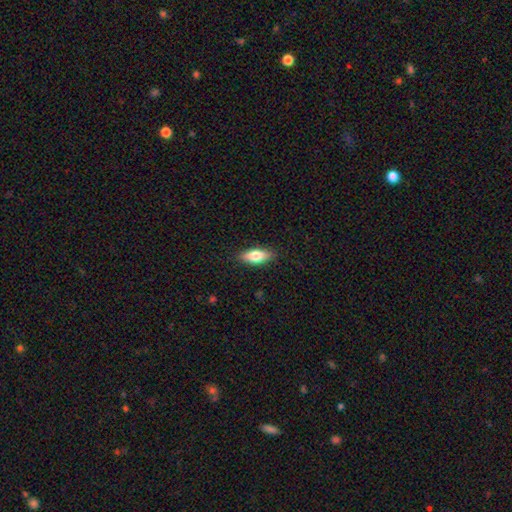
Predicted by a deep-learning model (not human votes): smooth 74%, featured or disk 19%, star or artifact 7%. Down the decision tree: how rounded — in between (74%); merging — none (87%).